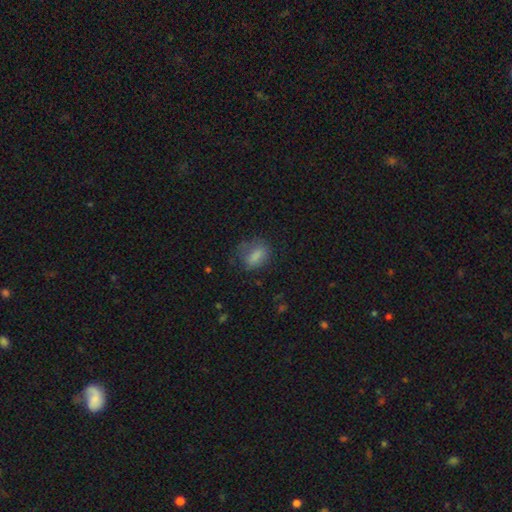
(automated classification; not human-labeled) Smooth or featured?
  - smooth: 75% *
  - featured or disk: 15%
  - star or artifact: 10%
How rounded?
  - in between: 72% *
  - round: 22%
  - cigar-shaped: 6%
Merging?
  - none: 51% *
  - minor disturbance: 27%
  - major disturbance: 20%
  - merger: 2%